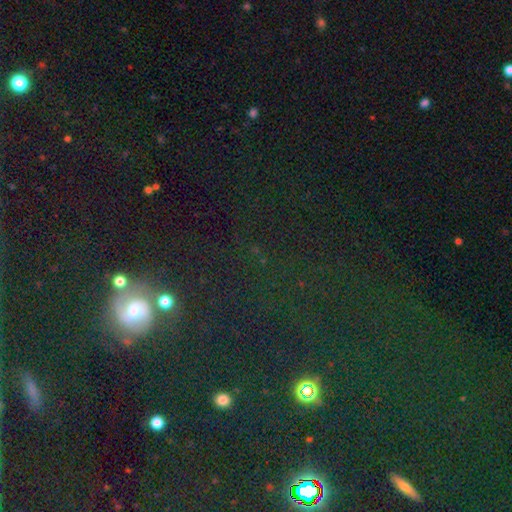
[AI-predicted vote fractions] Smooth or featured? star or artifact (60%)